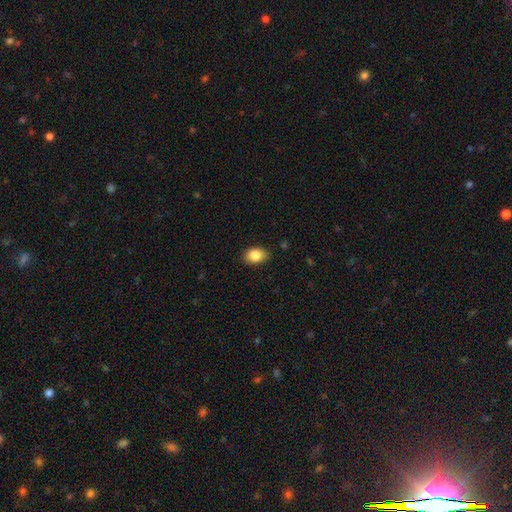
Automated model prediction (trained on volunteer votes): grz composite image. It shows a smooth galaxy with no disk features (85%) that is in between round and cigar-shaped (78%). Merging: none (81%).